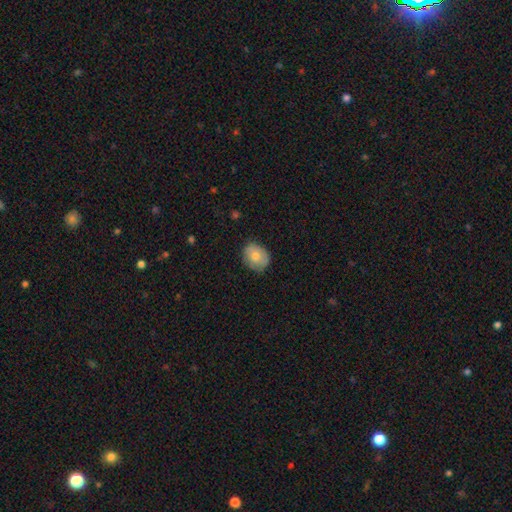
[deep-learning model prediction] The model was most divided on "how rounded": round: 59%, in between: 40%, cigar-shaped: 1%. More confident: merging — none (77%); smooth or featured — smooth (75%).